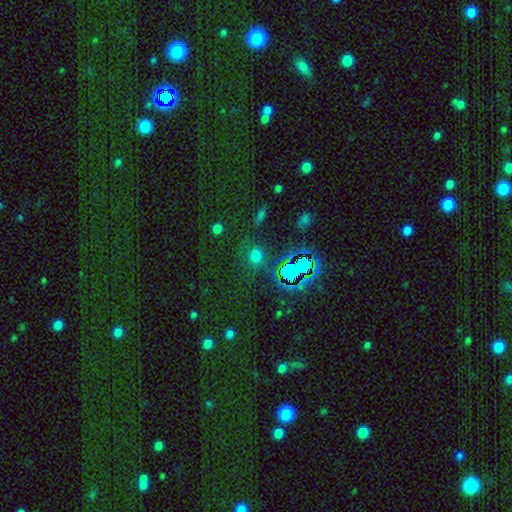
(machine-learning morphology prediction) A smooth galaxy with no disk features (52%) that is round (72%). Merging: none (78%).